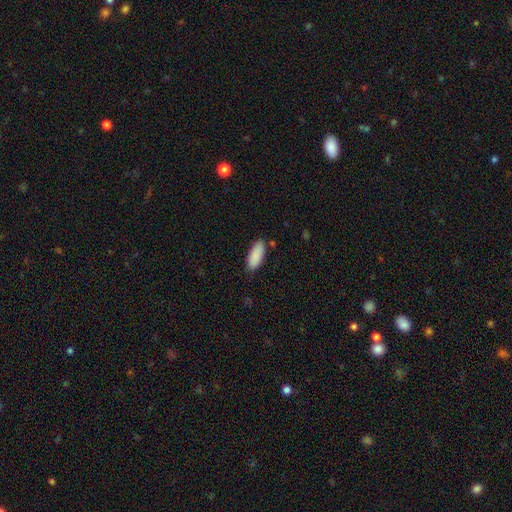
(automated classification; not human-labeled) This is clearly a smooth galaxy (90%). How rounded: clearly in between (81%). Merging: clearly none (83%).